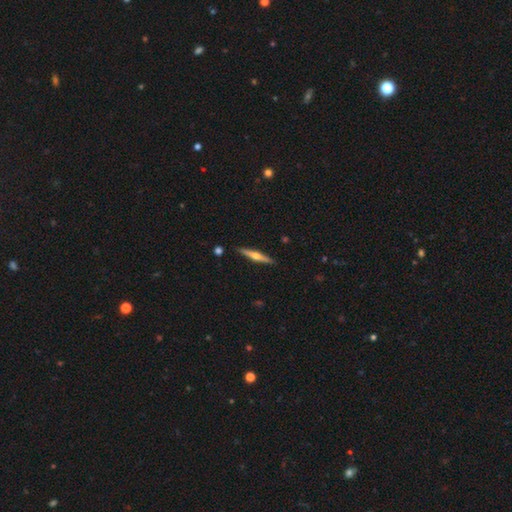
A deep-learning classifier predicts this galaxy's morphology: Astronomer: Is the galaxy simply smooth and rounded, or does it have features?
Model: featured or disk — 68%.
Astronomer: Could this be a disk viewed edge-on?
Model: yes — 97%.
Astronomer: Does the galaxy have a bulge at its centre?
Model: rounded — 93%.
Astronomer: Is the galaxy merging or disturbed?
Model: none — 90%.